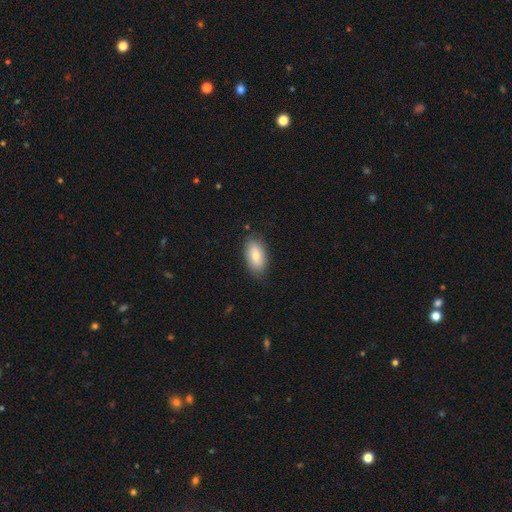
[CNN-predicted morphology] Smooth or featured: smooth — 83% (featured or disk — 11%)
How rounded: in between — 93% (cigar-shaped — 4%)
Merging: none — 83% (minor disturbance — 13%)